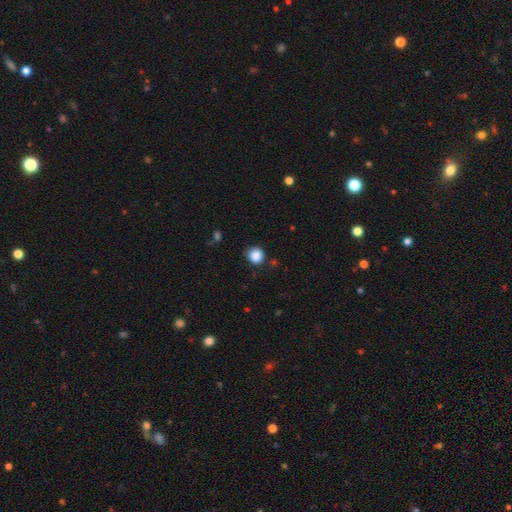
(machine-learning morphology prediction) Smooth or featured? smooth (87%)
How rounded? round (90%)
Merging? none (82%)